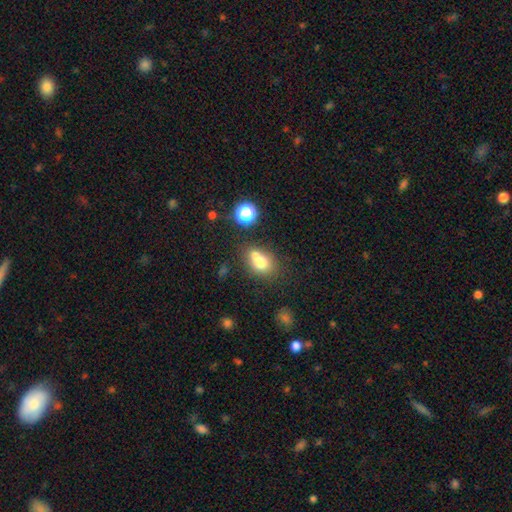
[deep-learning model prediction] This appears to be a smooth galaxy with no disk features (71%) that is round (55%). Merging: merger (50%).